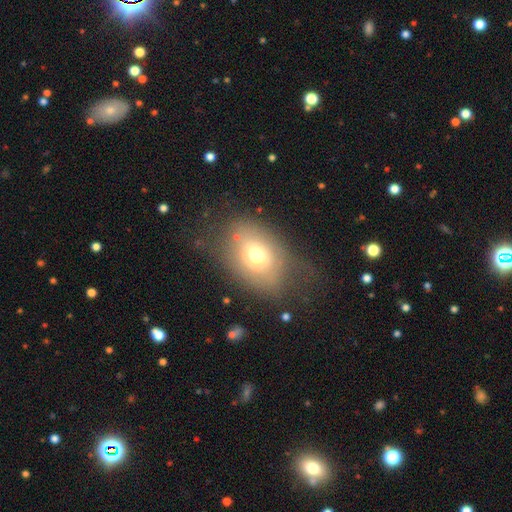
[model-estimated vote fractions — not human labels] smooth-or-featured: smooth: 63% | featured or disk: 25% | star or artifact: 12%
  how-rounded: in between: 74% | round: 24% | cigar-shaped: 1%
  merging: none: 52% | minor disturbance: 25% | major disturbance: 20% | merger: 3%